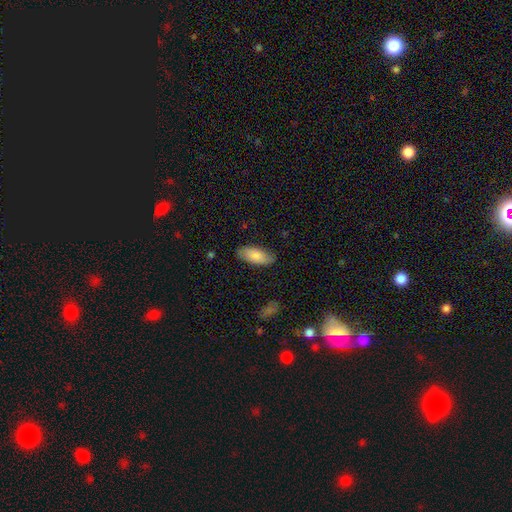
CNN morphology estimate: Smooth or featured?
  - smooth: 82% *
  - featured or disk: 13%
  - star or artifact: 6%
How rounded?
  - in between: 86% *
  - cigar-shaped: 12%
  - round: 2%
Merging?
  - none: 84% *
  - minor disturbance: 12%
  - major disturbance: 3%
  - merger: 1%